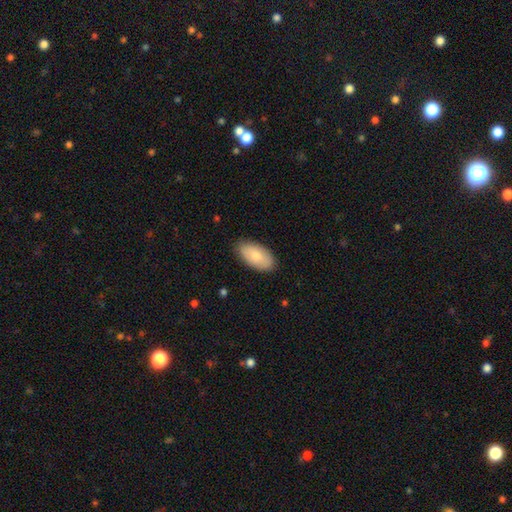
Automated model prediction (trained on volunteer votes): This is likely a smooth galaxy (78%). How rounded: clearly in between (95%). Merging: clearly none (83%).